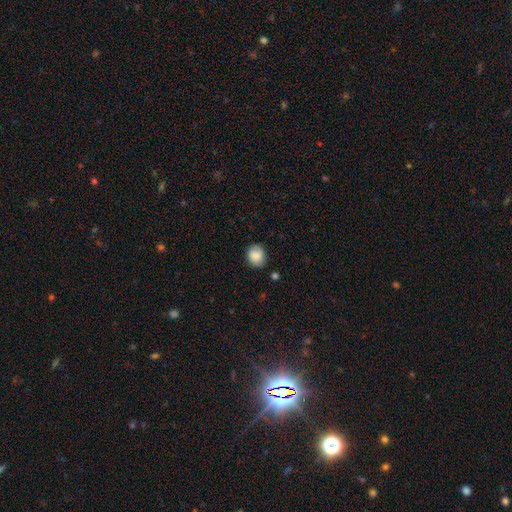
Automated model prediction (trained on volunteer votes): A smooth galaxy with no disk features (80%) that is round (56%). Merging: none (75%).